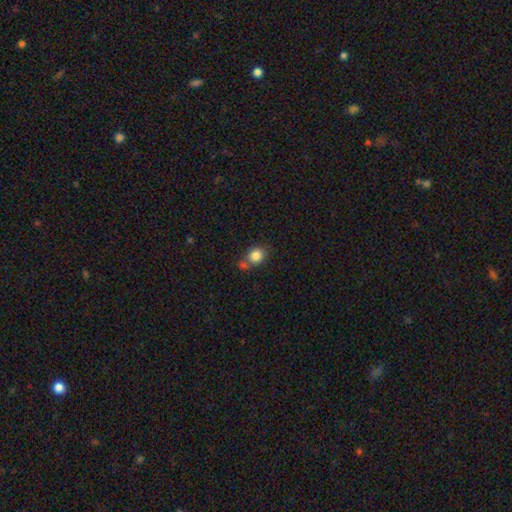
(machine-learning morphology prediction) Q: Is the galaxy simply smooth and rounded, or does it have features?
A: smooth — 82%.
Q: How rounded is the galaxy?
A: round — 73%.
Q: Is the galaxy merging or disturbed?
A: none — 54%.